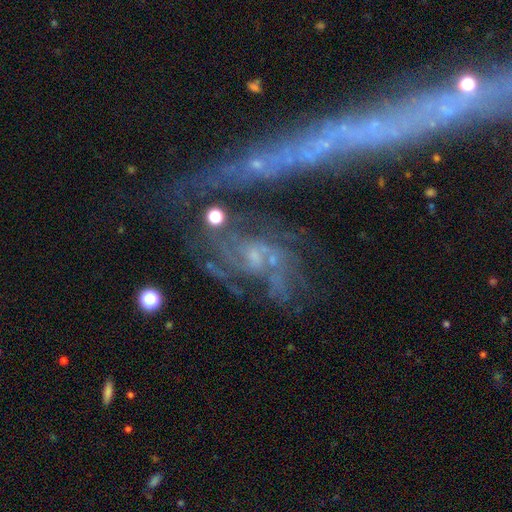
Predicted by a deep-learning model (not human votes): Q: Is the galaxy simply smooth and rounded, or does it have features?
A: featured or disk — 73%.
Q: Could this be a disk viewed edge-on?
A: no — 93%.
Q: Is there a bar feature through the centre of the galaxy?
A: no — 61%.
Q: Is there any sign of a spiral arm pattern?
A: yes — 75%.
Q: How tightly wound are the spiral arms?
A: medium — 40%.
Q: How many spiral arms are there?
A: can't tell — 35%.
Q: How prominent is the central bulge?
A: small — 42%.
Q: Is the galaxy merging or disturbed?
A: none — 38%.